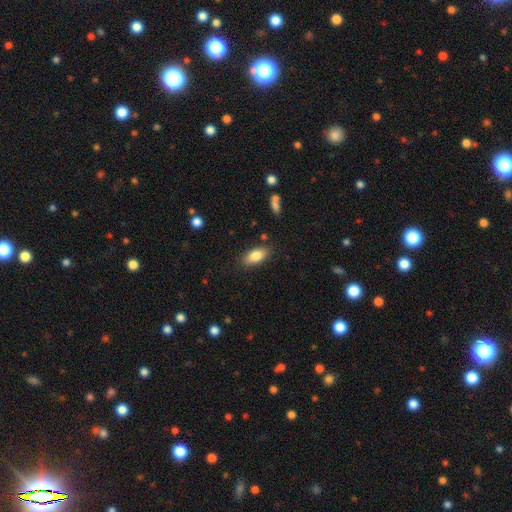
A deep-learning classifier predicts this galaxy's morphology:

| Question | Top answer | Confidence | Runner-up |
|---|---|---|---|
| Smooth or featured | smooth | 83% | featured or disk (10%) |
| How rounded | in between | 87% | cigar-shaped (10%) |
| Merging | none | 84% | minor disturbance (12%) |